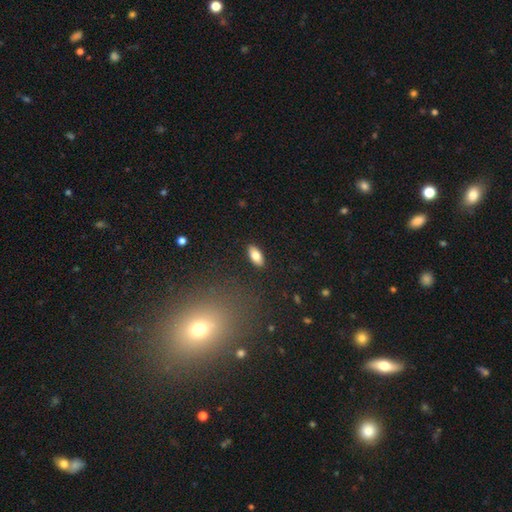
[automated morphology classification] Overall: smooth (80%). How rounded: in between (90%). Merging: none (90%).